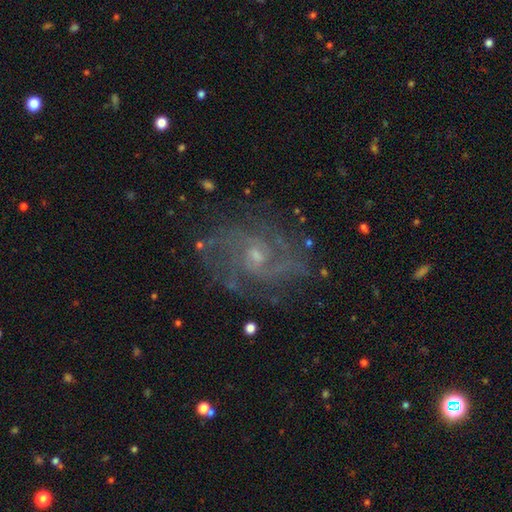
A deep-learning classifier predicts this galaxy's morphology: Smooth or featured? featured or disk (87%)
Edge-on disk? no (98%)
Bar? no (52%)
Spiral arms? yes (96%)
Spiral winding? medium (47%)
Spiral arm count? 2 (40%)
Bulge size? small (61%)
Merging? none (73%)